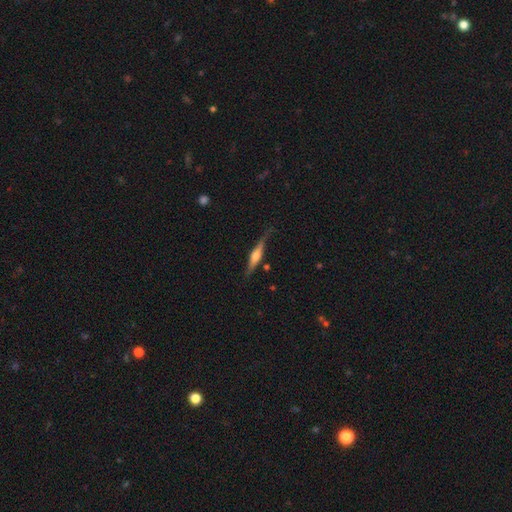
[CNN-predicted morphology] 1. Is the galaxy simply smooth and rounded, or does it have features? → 64% featured or disk, 31% smooth, 6% star or artifact.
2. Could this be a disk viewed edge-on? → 95% yes, 5% no.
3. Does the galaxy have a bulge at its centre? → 81% rounded, 14% boxy, 6% none.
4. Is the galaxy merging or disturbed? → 71% none, 21% minor disturbance, 6% major disturbance, 3% merger.